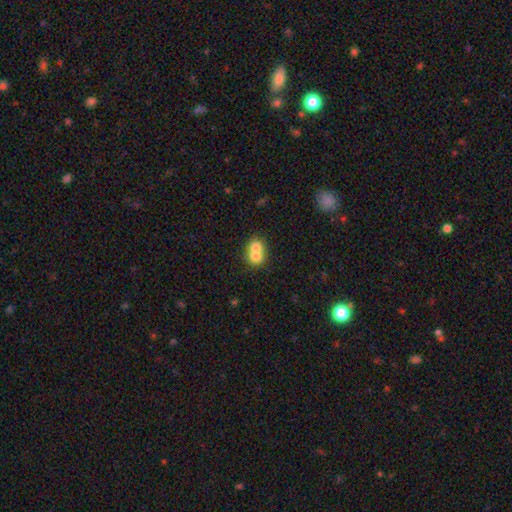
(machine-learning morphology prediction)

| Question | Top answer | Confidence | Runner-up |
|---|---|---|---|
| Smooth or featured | smooth | 71% | featured or disk (20%) |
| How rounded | round | 71% | in between (28%) |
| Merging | merger | 71% | none (23%) |